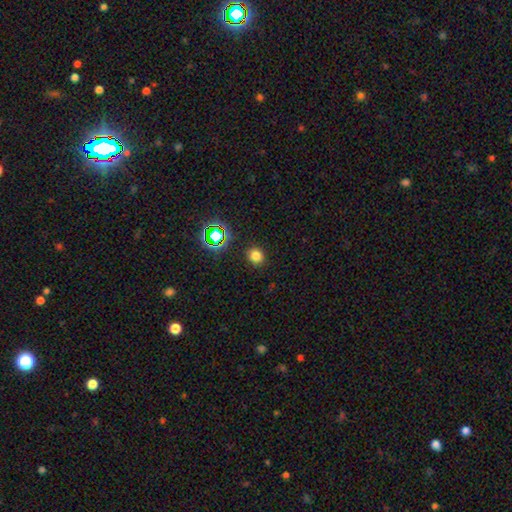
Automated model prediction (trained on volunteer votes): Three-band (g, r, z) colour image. It shows a smooth galaxy with no disk features (74%) that is round (79%). Merging: none (89%).